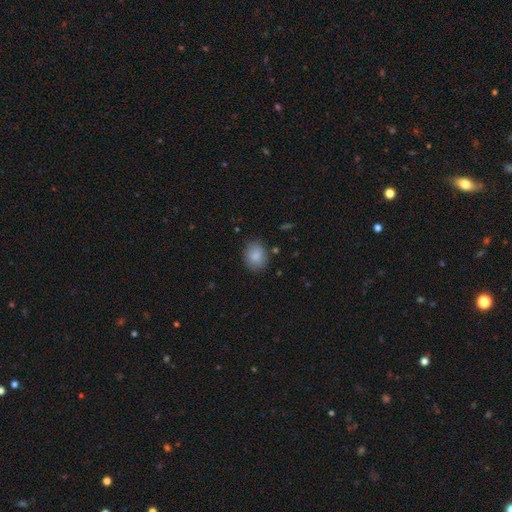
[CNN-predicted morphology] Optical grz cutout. It shows a smooth galaxy with no disk features (86%) that is round (54%). Merging: none (83%).